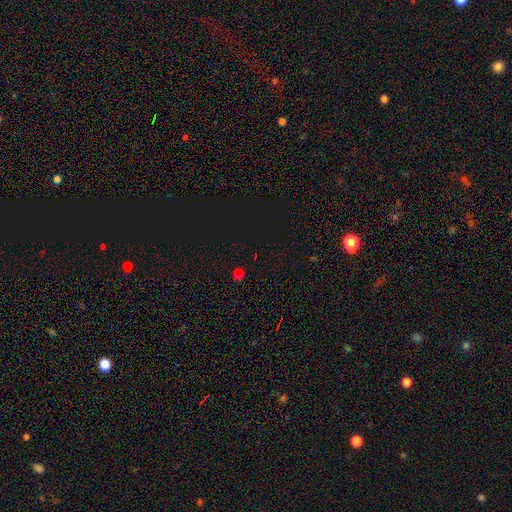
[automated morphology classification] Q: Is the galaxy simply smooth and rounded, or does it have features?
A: star or artifact — 53%.